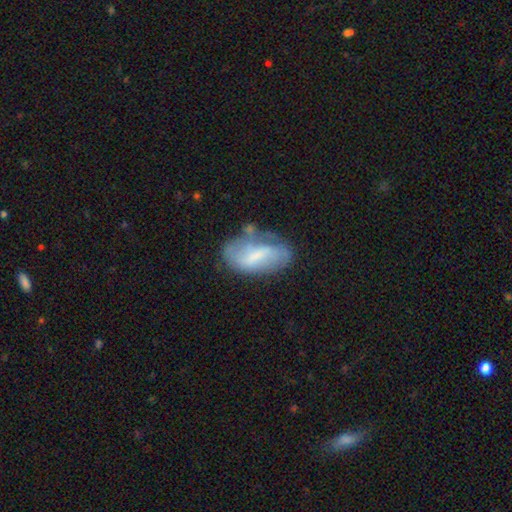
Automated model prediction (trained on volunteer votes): Q: Smooth or featured?
A: featured or disk (47%); runner-up: smooth (45%)
Q: Merging?
A: none (45%); runner-up: minor disturbance (30%)